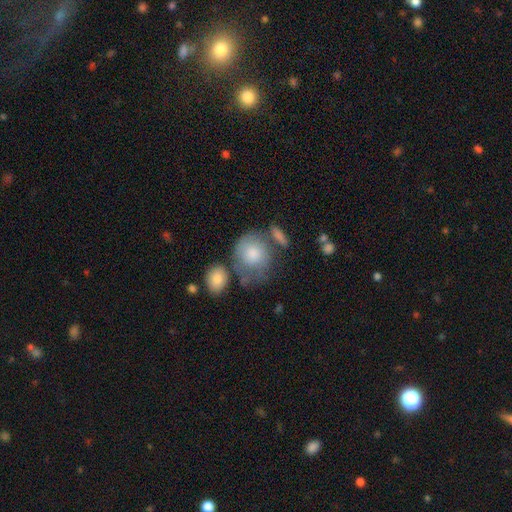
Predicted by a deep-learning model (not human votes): Smooth or featured: smooth — 49% (featured or disk — 37%)
Merging: none — 49% (merger — 22%)